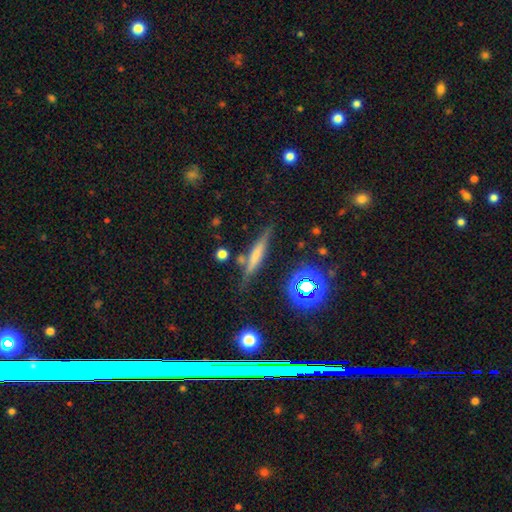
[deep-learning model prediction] Smooth or featured?
  - smooth: 50% *
  - featured or disk: 38%
  - star or artifact: 12%
Merging?
  - none: 74% *
  - minor disturbance: 16%
  - merger: 6%
  - major disturbance: 4%